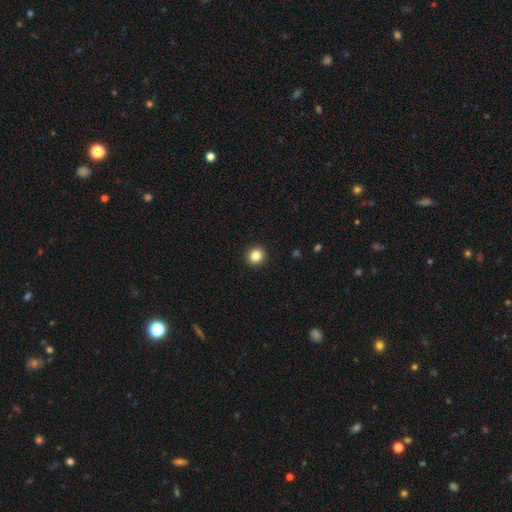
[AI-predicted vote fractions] Overall: smooth (84%). How rounded: round (91%). Merging: none (93%).